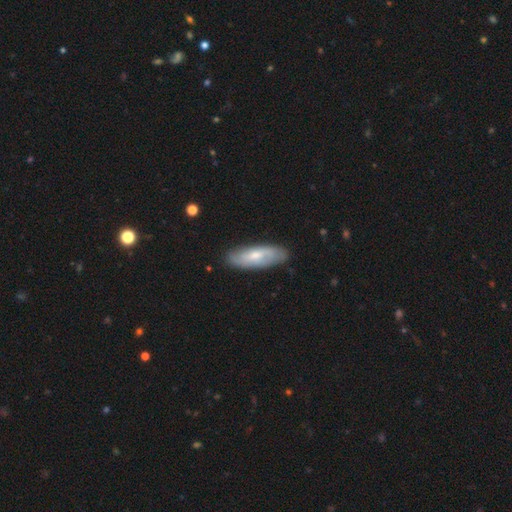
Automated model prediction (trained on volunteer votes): smooth 52%, featured or disk 42%, star or artifact 6%. Down the decision tree: how rounded — in between (62%); merging — none (82%).